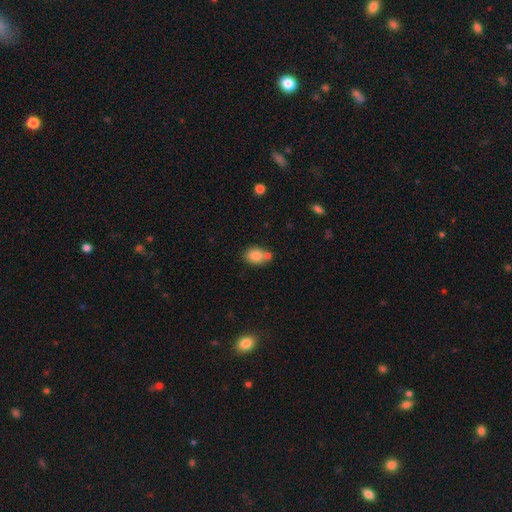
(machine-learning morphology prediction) A smooth galaxy with no disk features (82%) that is in between round and cigar-shaped (65%). Merging: none (61%).